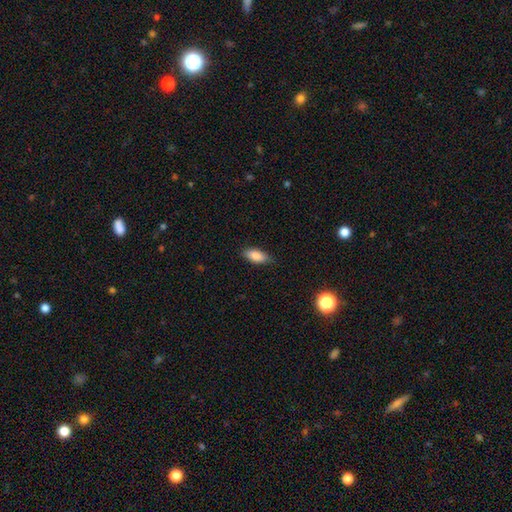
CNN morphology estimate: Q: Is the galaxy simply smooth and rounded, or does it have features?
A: smooth — 86%.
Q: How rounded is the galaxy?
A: in between — 85%.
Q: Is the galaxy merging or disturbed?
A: none — 83%.